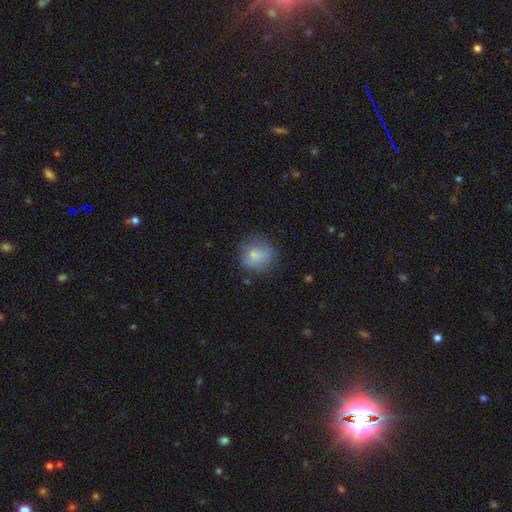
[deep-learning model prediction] smooth 81%, featured or disk 10%, star or artifact 9%. Down the decision tree: how rounded — round (80%); merging — none (67%).